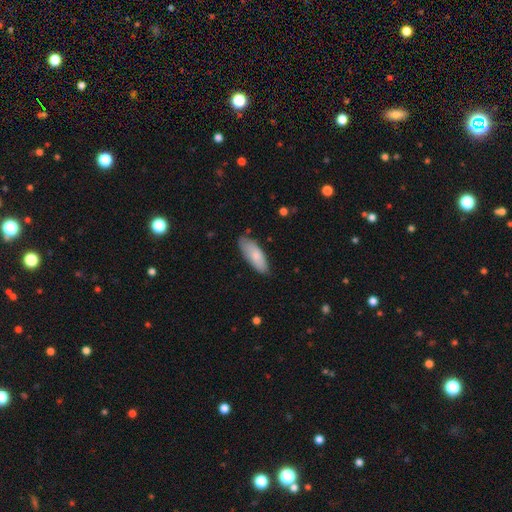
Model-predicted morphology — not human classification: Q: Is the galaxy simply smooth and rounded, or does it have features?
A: smooth — 81%.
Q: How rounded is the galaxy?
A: in between — 73%.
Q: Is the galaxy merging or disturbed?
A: none — 75%.